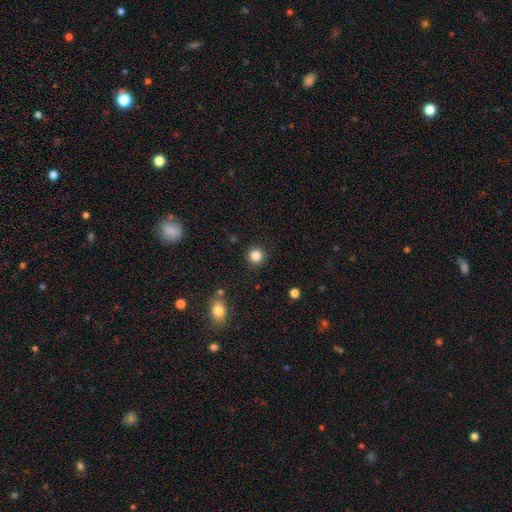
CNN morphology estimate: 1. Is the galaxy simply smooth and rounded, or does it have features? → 84% smooth, 11% star or artifact, 5% featured or disk.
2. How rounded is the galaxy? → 94% round, 5% in between, 1% cigar-shaped.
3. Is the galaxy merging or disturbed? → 91% none, 5% minor disturbance, 2% major disturbance, 2% merger.